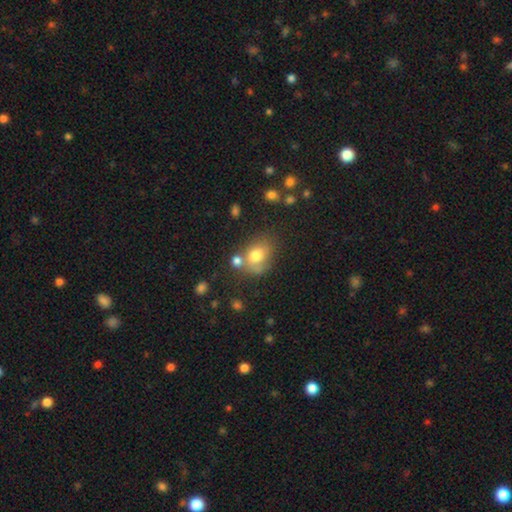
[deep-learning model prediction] Smooth or featured: smooth — 75% (featured or disk — 14%)
How rounded: in between — 56% (round — 42%)
Merging: none — 51% (merger — 21%)